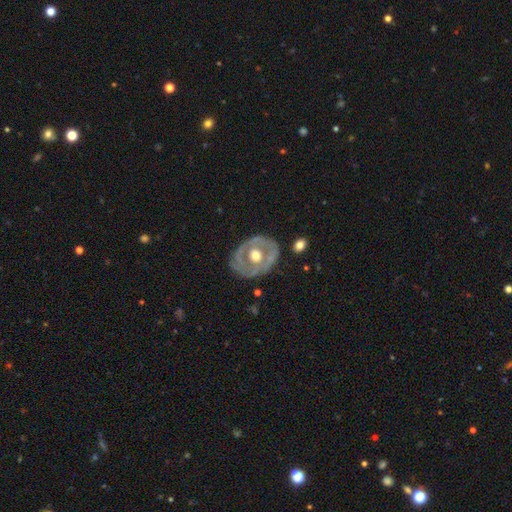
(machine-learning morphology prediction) This appears to be a featured or disk galaxy (68%) with no bar (83%), no spiral arms (74%) and a moderate central bulge (73%). Merging: none (70%).